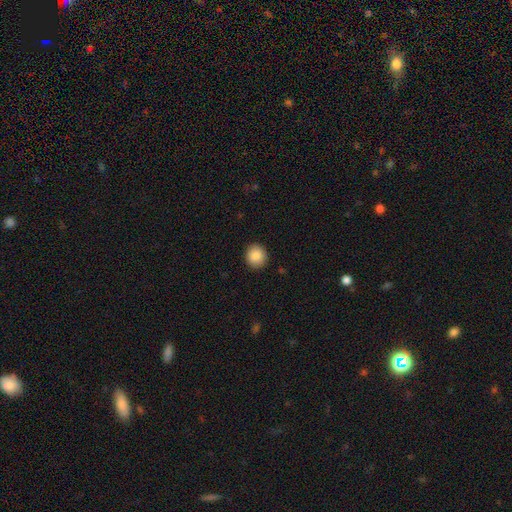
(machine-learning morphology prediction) Smooth or featured: smooth — 87% (star or artifact — 8%)
How rounded: round — 89% (in between — 10%)
Merging: none — 91% (minor disturbance — 6%)